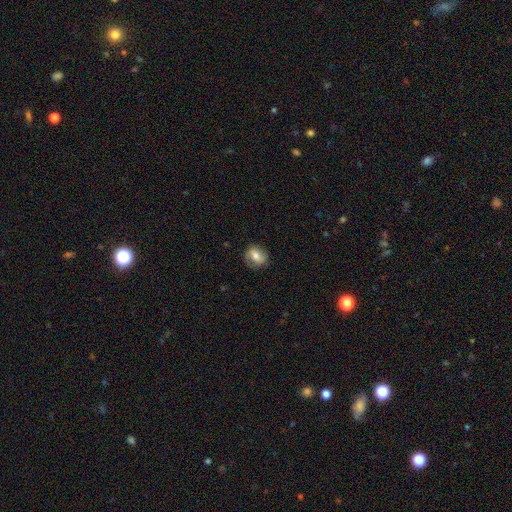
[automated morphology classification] A smooth galaxy with no disk features (56%) that is round (63%).

Vote fractions:
- Smooth or featured? smooth: 56% / featured or disk: 35% / star or artifact: 9%
- How rounded? round: 63% / in between: 35% / cigar-shaped: 1%
- Merging? none: 73% / minor disturbance: 19% / major disturbance: 7% / merger: 1%